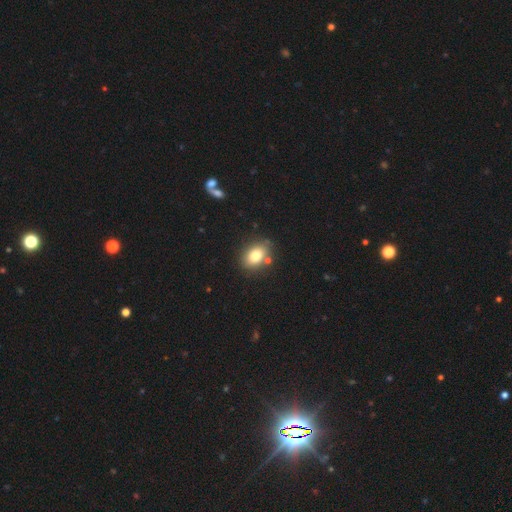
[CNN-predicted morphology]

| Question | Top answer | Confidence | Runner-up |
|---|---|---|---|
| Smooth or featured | smooth | 80% | featured or disk (10%) |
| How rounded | in between | 75% | round (24%) |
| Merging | none | 79% | minor disturbance (12%) |